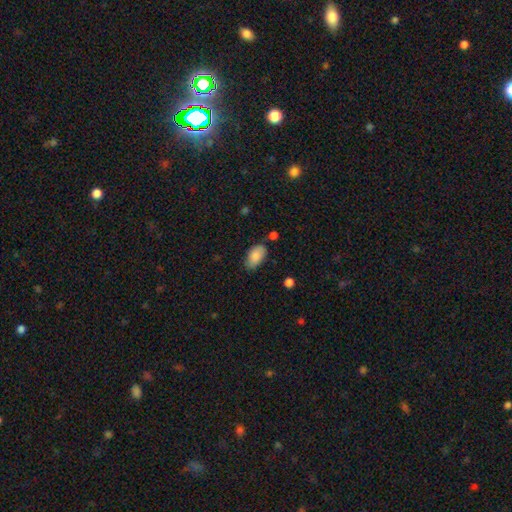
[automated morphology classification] Smooth or featured? smooth (84%)
How rounded? in between (94%)
Merging? none (72%)